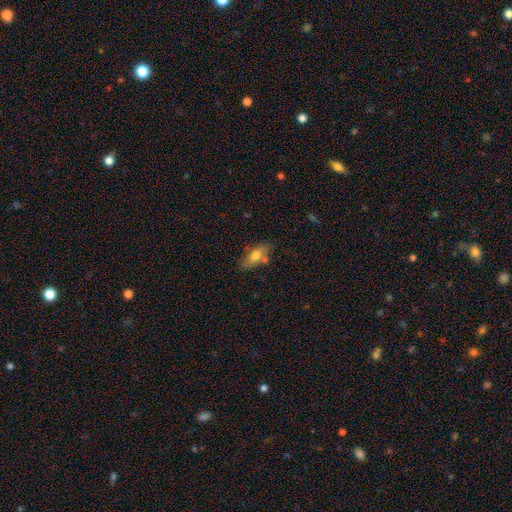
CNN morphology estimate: Smooth or featured: smooth — 68% (featured or disk — 24%)
How rounded: in between — 81% (cigar-shaped — 15%)
Merging: none — 66% (minor disturbance — 19%)